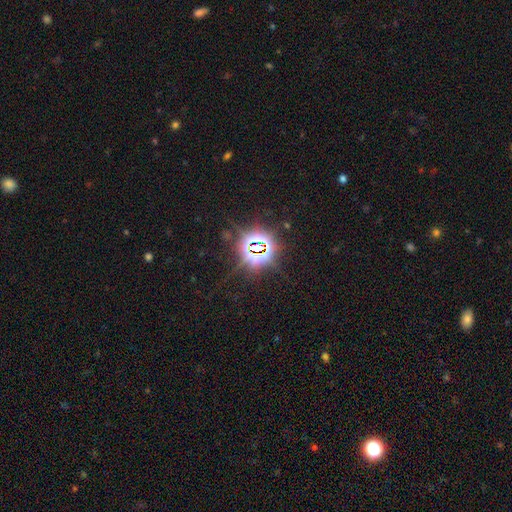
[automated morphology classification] This is clearly a star or artifact rather than a galaxy (83%).